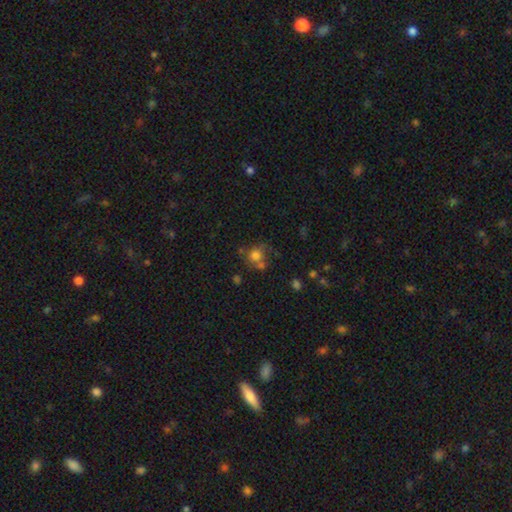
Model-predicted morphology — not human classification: This appears to be a smooth galaxy with no disk features (71%) that is round (81%). Merging: none (46%).